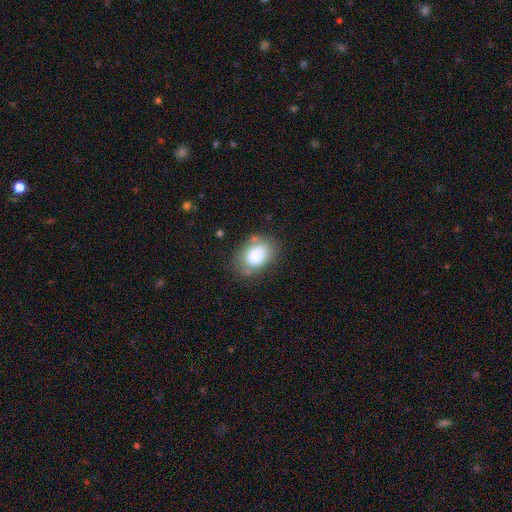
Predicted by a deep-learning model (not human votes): Smooth or featured: smooth — 79% (featured or disk — 12%)
How rounded: in between — 75% (round — 24%)
Merging: none — 63% (minor disturbance — 22%)